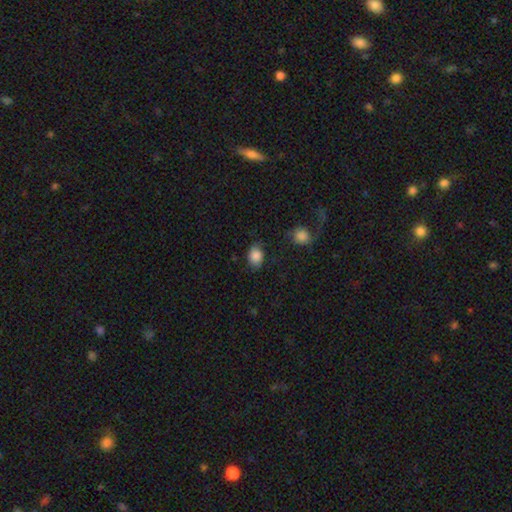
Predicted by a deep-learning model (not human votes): This is clearly a smooth galaxy (86%). How rounded: likely in between (67%). Merging: likely none (72%).